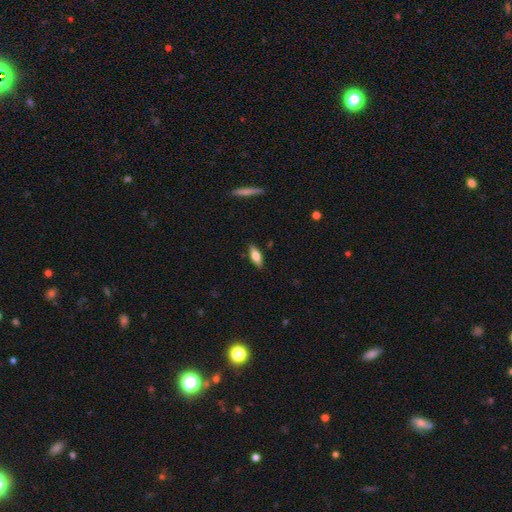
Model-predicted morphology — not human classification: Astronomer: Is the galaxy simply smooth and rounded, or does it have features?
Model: smooth — 66%.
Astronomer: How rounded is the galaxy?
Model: in between — 68%.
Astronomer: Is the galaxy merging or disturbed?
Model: none — 86%.